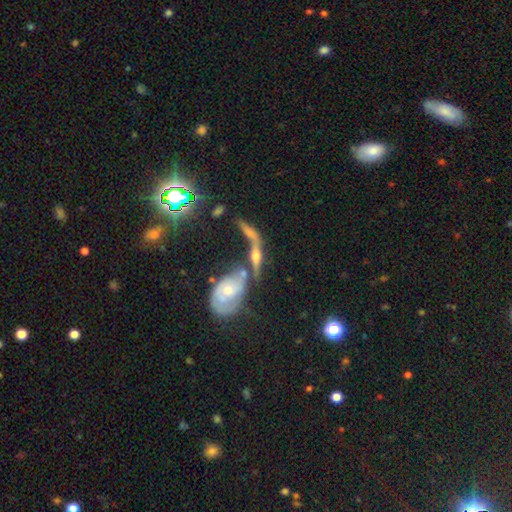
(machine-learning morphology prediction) This is likely a featured or disk galaxy (70%). It is likely viewed edge-on (63%). Merging: possibly merger (51%).